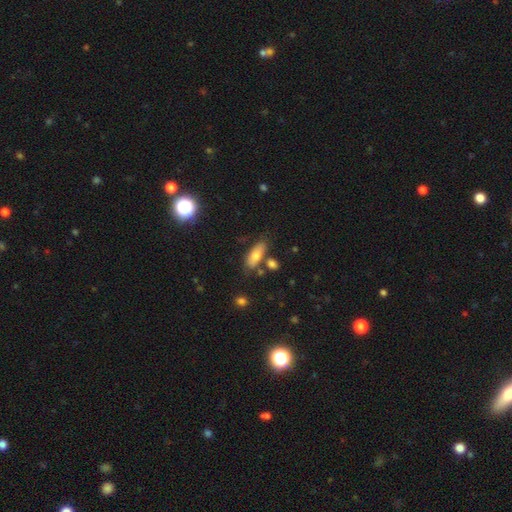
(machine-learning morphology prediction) Smooth or featured: smooth — 71% (featured or disk — 21%)
How rounded: in between — 75% (cigar-shaped — 21%)
Merging: none — 69% (minor disturbance — 16%)